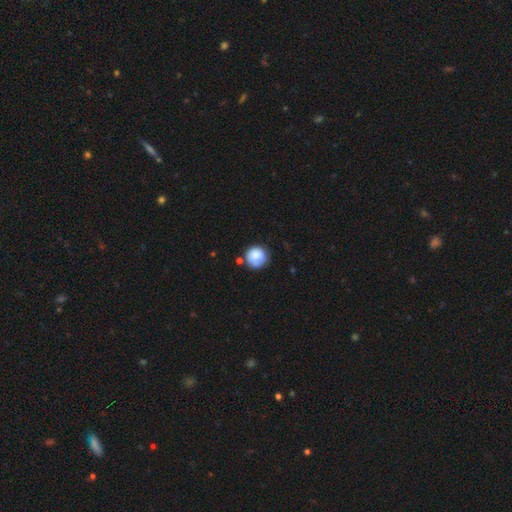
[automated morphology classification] Smooth or featured? smooth (79%)
How rounded? round (92%)
Merging? none (66%)